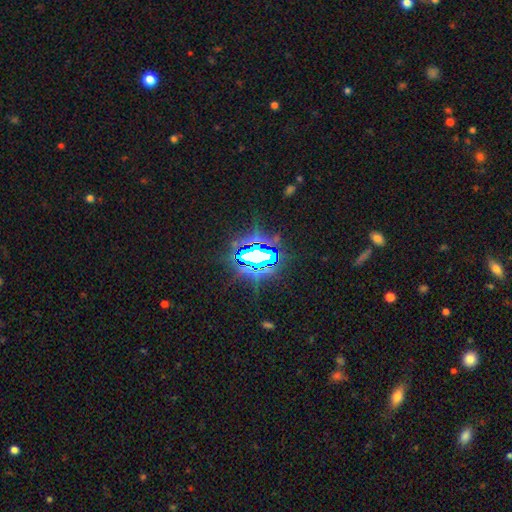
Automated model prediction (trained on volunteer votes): This is likely a star or artifact rather than a galaxy (78%).